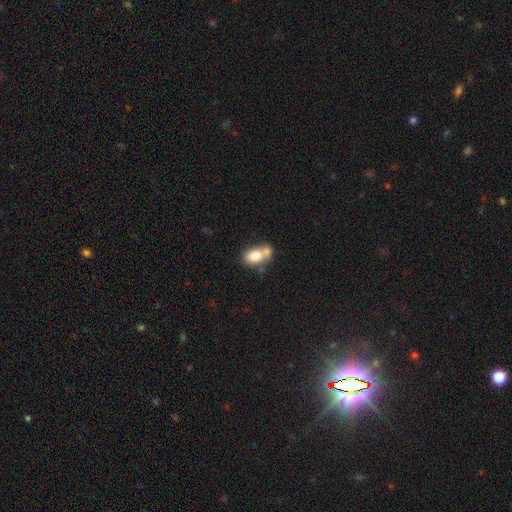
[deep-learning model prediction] Smooth or featured? Predicted: smooth (p=0.77). How rounded? Predicted: in between (p=0.84). Merging? Predicted: merger (p=0.47).